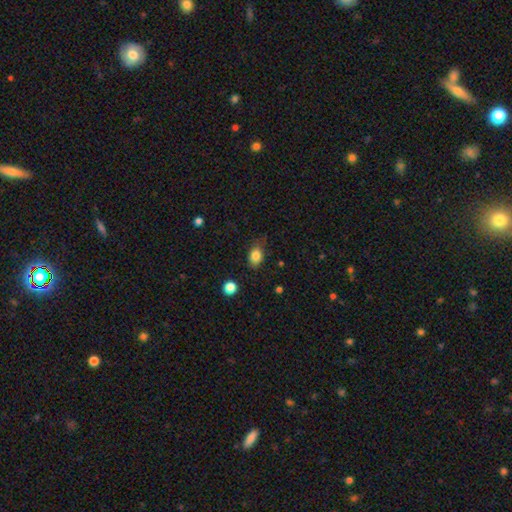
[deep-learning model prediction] Q: Smooth or featured?
A: smooth (83%); runner-up: star or artifact (10%)
Q: How rounded?
A: in between (73%); runner-up: round (25%)
Q: Merging?
A: none (69%); runner-up: minor disturbance (24%)